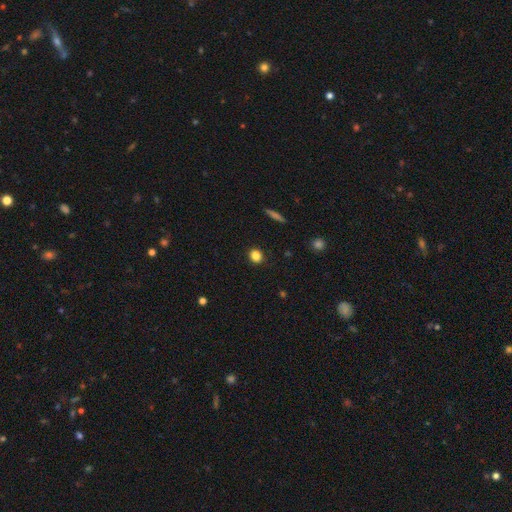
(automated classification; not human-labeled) Q: Smooth or featured?
A: smooth (84%); runner-up: star or artifact (11%)
Q: How rounded?
A: round (73%); runner-up: in between (25%)
Q: Merging?
A: none (89%); runner-up: minor disturbance (8%)